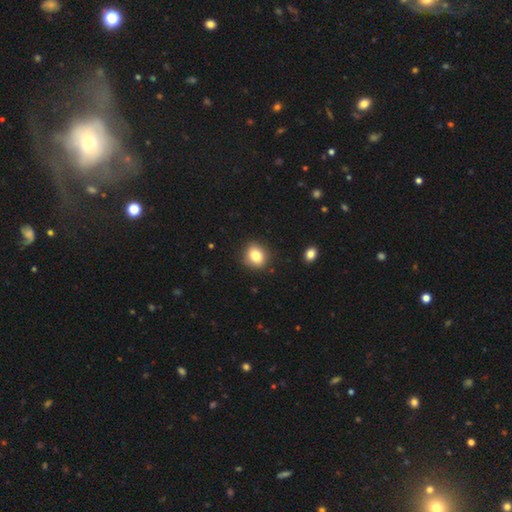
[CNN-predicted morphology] Q: Smooth or featured?
A: smooth (81%); runner-up: star or artifact (10%)
Q: How rounded?
A: round (66%); runner-up: in between (33%)
Q: Merging?
A: none (88%); runner-up: minor disturbance (9%)